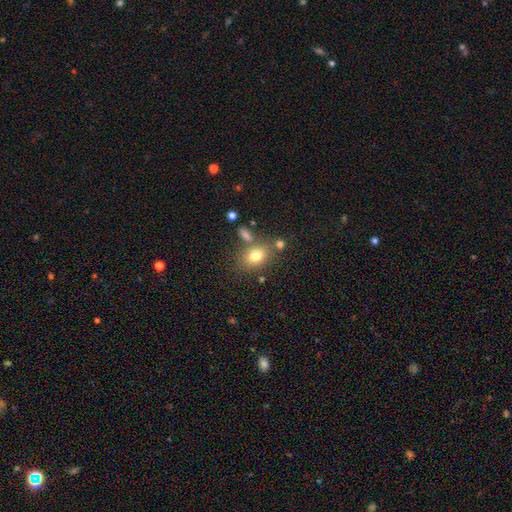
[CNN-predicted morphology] Smooth or featured: smooth — 76% (featured or disk — 12%)
How rounded: in between — 69% (round — 29%)
Merging: none — 67% (merger — 14%)